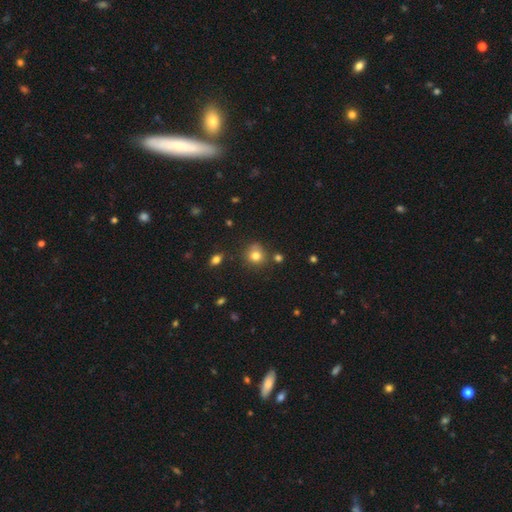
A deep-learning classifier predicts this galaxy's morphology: Q: Smooth or featured?
A: smooth (79%); runner-up: star or artifact (13%)
Q: How rounded?
A: round (85%); runner-up: in between (14%)
Q: Merging?
A: none (73%); runner-up: minor disturbance (16%)